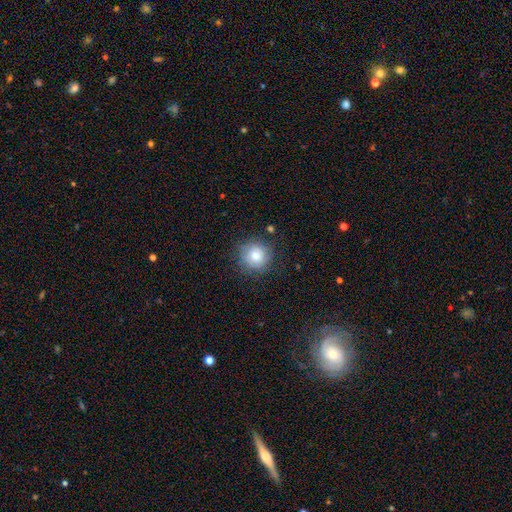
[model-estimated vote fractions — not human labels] Smooth or featured: smooth — 73% (featured or disk — 17%)
How rounded: round — 92% (in between — 7%)
Merging: none — 78% (minor disturbance — 16%)